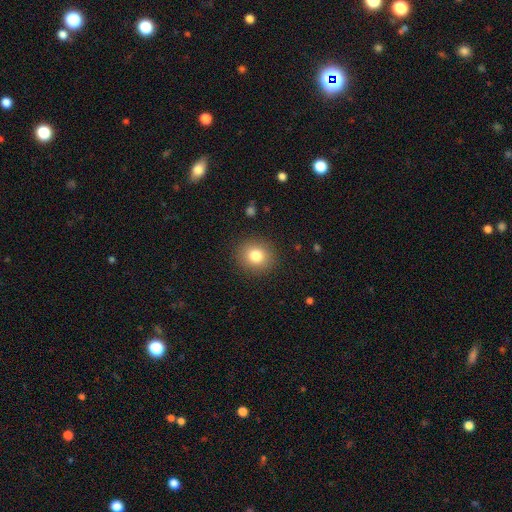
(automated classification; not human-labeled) smooth 80%, star or artifact 11%, featured or disk 9%. Down the decision tree: how rounded — round (83%); merging — none (90%).